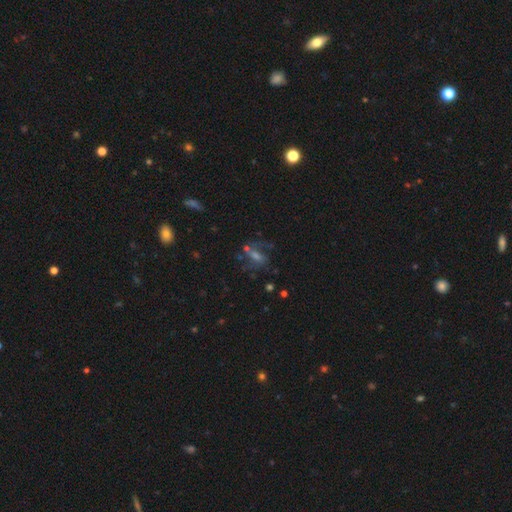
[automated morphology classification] Overall: featured or disk (48%; smooth 27%). Merging: none (52%; major disturbance 20%).